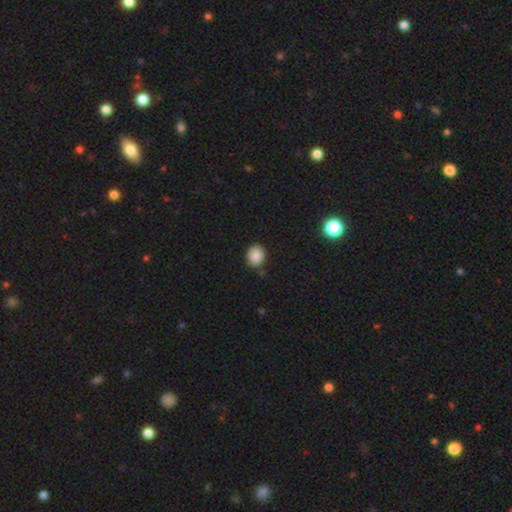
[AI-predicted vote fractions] The model was most divided on "how rounded": round: 60%, in between: 39%, cigar-shaped: 1%. More confident: smooth or featured — smooth (88%); merging — none (87%).